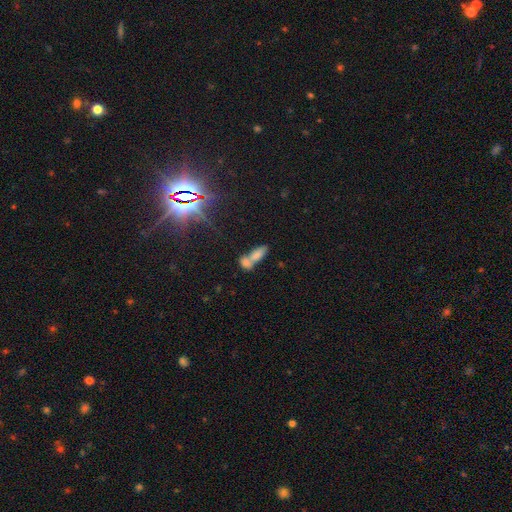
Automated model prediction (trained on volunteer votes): The model was most divided on "merging": merger: 69%, none: 21%, minor disturbance: 6%, major disturbance: 4%. More confident: how rounded — in between (79%); smooth or featured — smooth (73%).